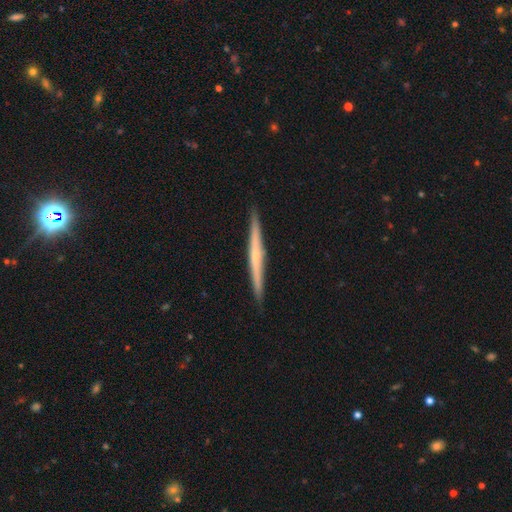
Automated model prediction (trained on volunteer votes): Morphology: type=featured or disk (65%); edge-on=yes (98%); edge-on bulge=none (52%); merging=none (92%).